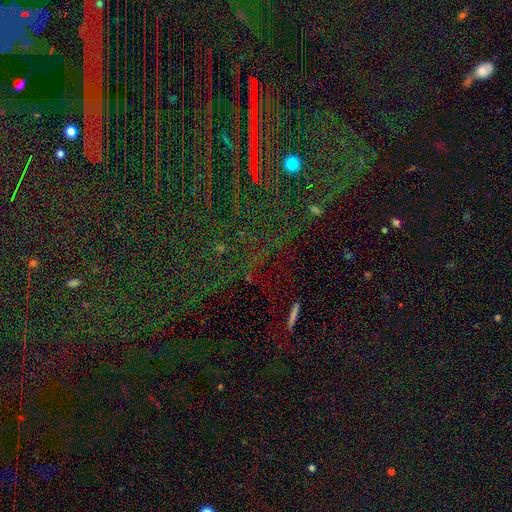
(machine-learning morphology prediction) The model was most divided on "smooth or featured": star or artifact: 79%, smooth: 11%, featured or disk: 10%.